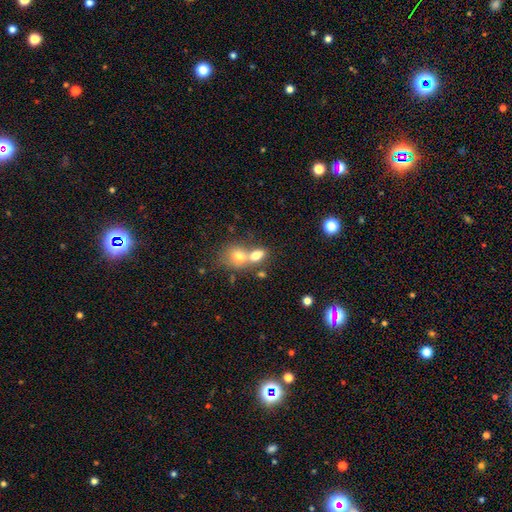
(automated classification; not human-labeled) Morphology: type=smooth (74%); roundness=in between (74%); merging=merger (63%).